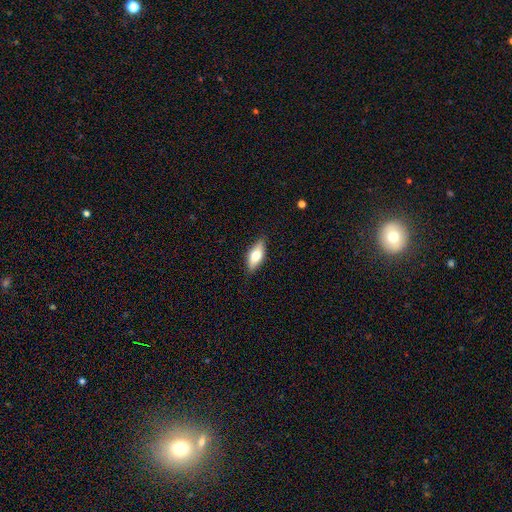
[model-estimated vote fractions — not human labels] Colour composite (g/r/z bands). It shows a smooth galaxy with no disk features (66%) that is in between round and cigar-shaped (78%). Merging: none (85%).